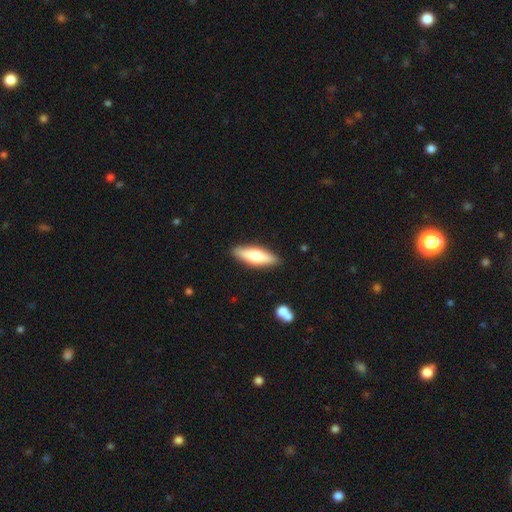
This appears to be a smooth galaxy with no disk features (61%) that is cigar-shaped (52%). Merging: none (89%).